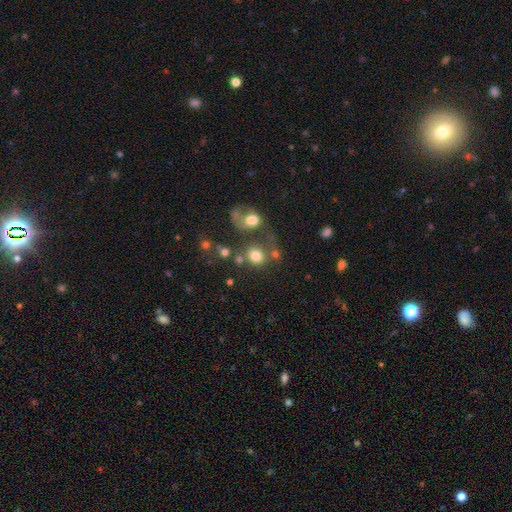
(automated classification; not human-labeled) Smooth or featured? Predicted: smooth (p=0.75). How rounded? Predicted: round (p=0.81). Merging? Predicted: none (p=0.44).